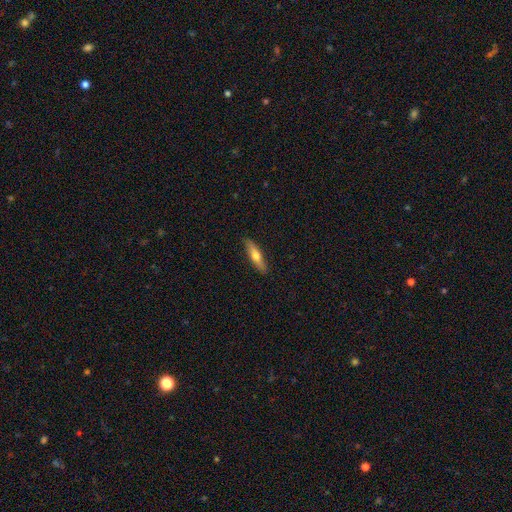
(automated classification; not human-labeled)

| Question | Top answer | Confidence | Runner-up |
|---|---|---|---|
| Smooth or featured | smooth | 58% | featured or disk (36%) |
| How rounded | cigar-shaped | 75% | in between (23%) |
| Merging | none | 88% | minor disturbance (9%) |